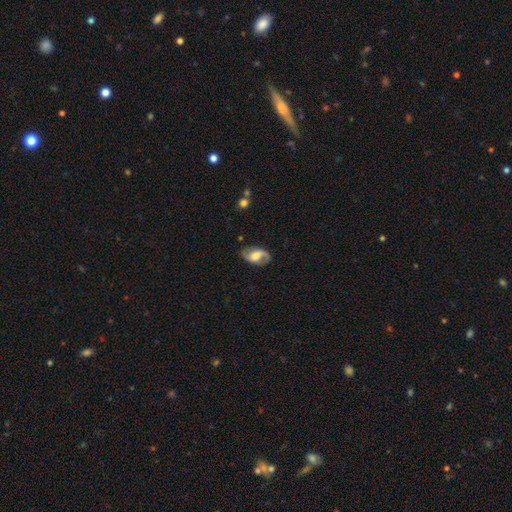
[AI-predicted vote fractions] Q: Smooth or featured?
A: featured or disk (70%); runner-up: smooth (23%)
Q: Edge-on disk?
A: no (96%); runner-up: yes (4%)
Q: Bar?
A: weak (44%); runner-up: no (38%)
Q: Spiral arms?
A: yes (91%); runner-up: no (9%)
Q: Spiral winding?
A: medium (42%); runner-up: loose (41%)
Q: Spiral arm count?
A: 2 (85%); runner-up: 1 (7%)
Q: Bulge size?
A: moderate (50%); runner-up: large (25%)
Q: Merging?
A: none (75%); runner-up: minor disturbance (17%)